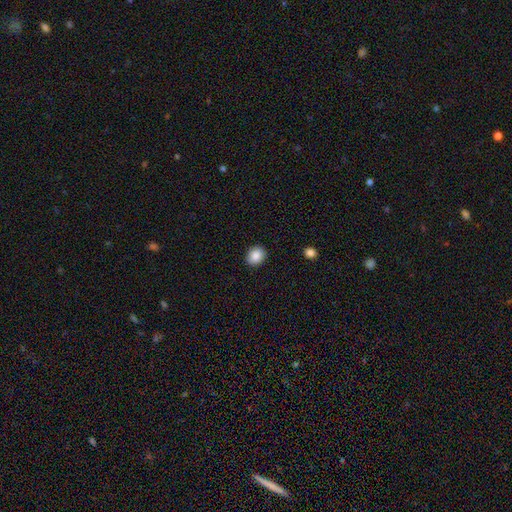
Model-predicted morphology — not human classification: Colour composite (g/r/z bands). It shows a smooth galaxy with no disk features (87%) that is round (60%). Merging: none (89%).